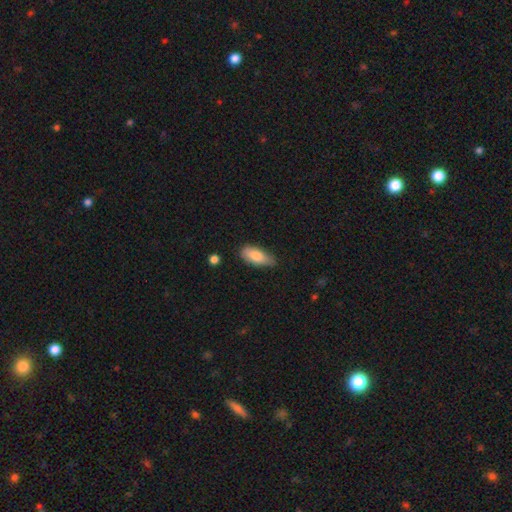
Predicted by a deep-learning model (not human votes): Overall: smooth (81%). How rounded: in between (80%). Merging: none (68%).